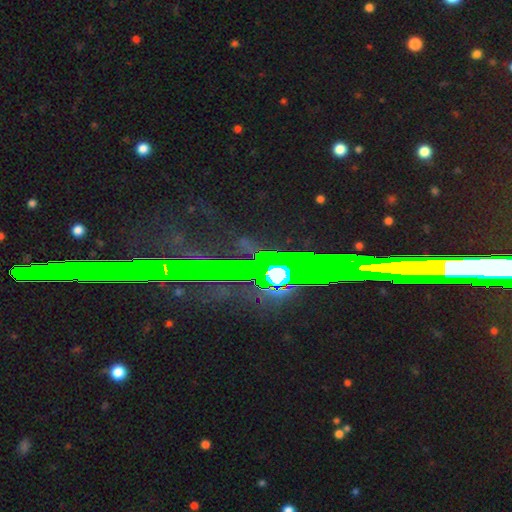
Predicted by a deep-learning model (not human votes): Smooth or featured? Predicted: star or artifact (p=0.71).